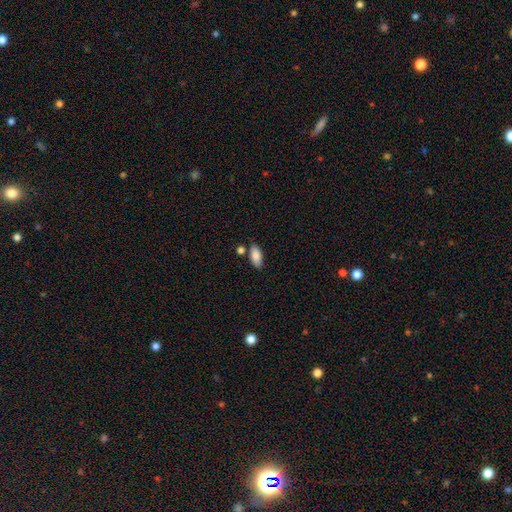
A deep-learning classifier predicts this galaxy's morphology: Smooth or featured? Predicted: smooth (p=0.85). How rounded? Predicted: in between (p=0.89). Merging? Predicted: none (p=0.76).